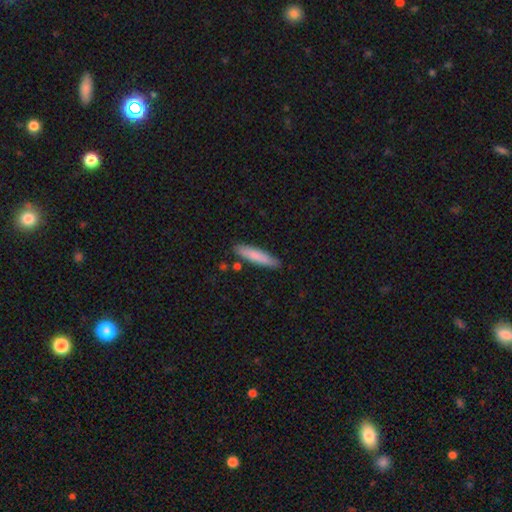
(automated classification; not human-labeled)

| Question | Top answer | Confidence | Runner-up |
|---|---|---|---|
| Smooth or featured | smooth | 80% | featured or disk (14%) |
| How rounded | cigar-shaped | 85% | in between (14%) |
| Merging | none | 85% | minor disturbance (10%) |